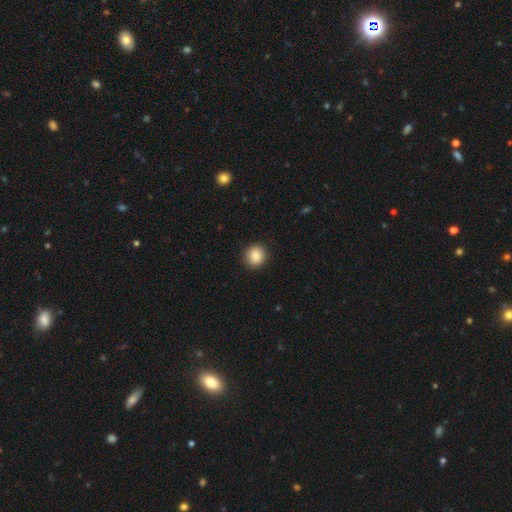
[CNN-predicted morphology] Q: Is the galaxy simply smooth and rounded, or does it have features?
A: smooth — 87%.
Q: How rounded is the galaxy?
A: round — 86%.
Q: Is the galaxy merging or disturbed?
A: none — 89%.